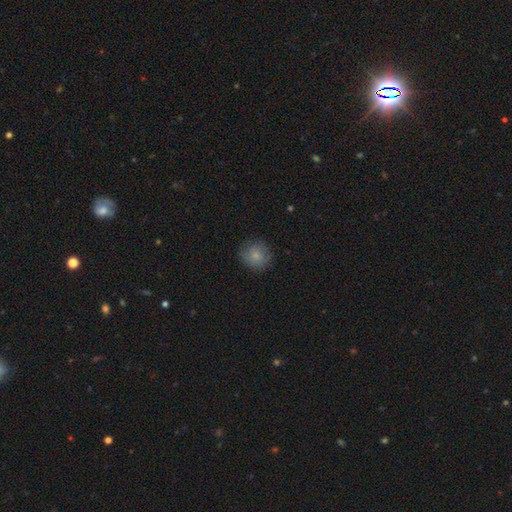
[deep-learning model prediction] Morphology: type=smooth (83%); roundness=round (89%); merging=none (82%).